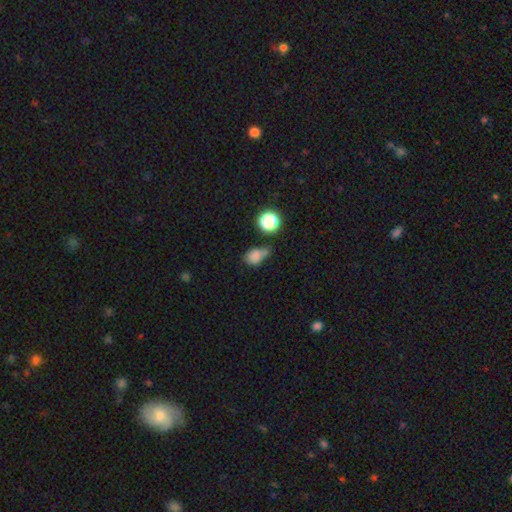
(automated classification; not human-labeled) Q: Smooth or featured?
A: smooth (77%); runner-up: star or artifact (15%)
Q: How rounded?
A: in between (51%); runner-up: round (47%)
Q: Merging?
A: none (38%); runner-up: merger (28%)